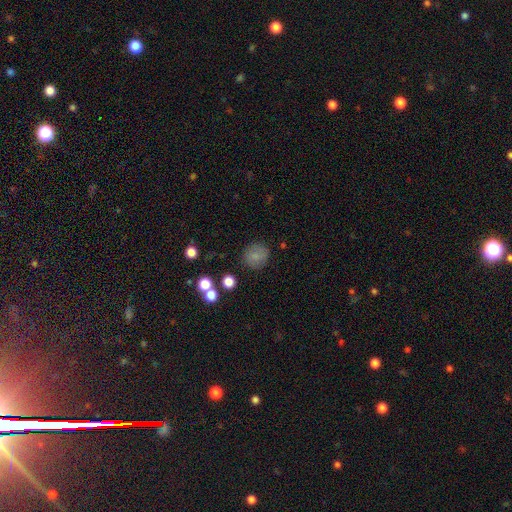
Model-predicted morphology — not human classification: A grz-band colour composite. It shows a smooth galaxy with no disk features (80%) that is round (87%). Merging: none (85%).